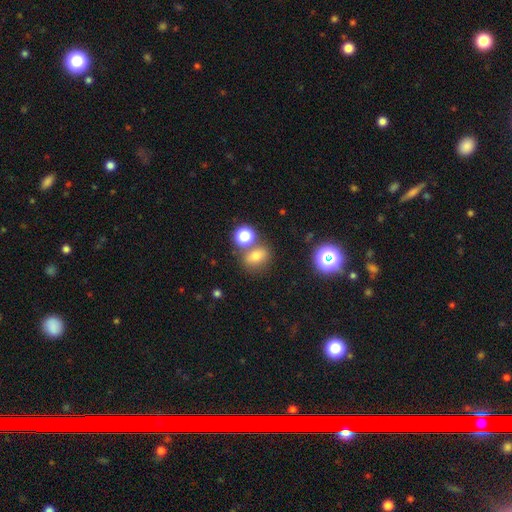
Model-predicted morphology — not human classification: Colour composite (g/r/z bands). It shows a smooth galaxy with no disk features (70%) that is in between round and cigar-shaped (50%). Merging: none (65%).